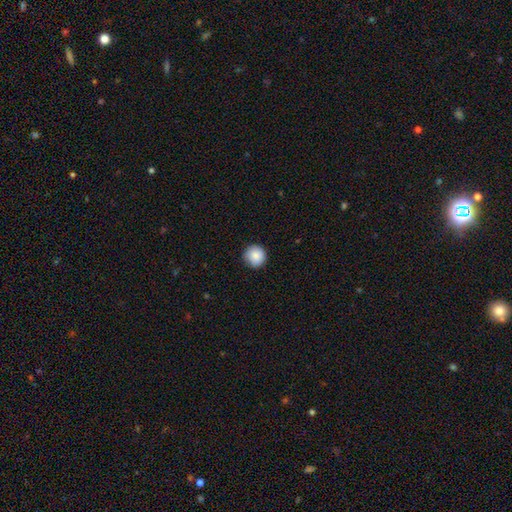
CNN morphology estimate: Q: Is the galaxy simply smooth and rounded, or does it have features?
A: smooth — 88%.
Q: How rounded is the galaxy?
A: round — 95%.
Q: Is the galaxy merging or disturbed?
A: none — 87%.